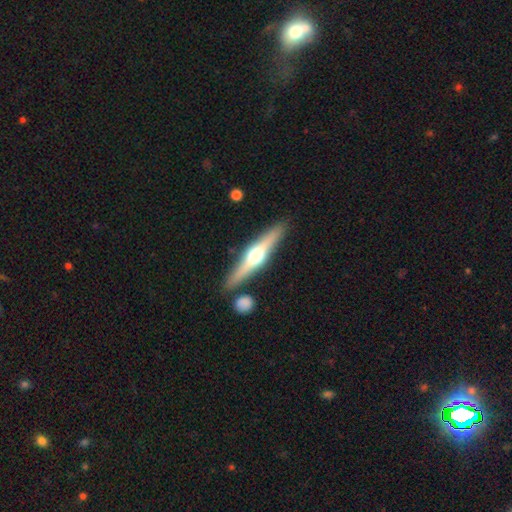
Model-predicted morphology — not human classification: Smooth or featured: featured or disk — 69% (smooth — 26%)
Edge-on disk: yes — 97% (no — 3%)
Edge-on bulge: rounded — 95% (boxy — 3%)
Merging: none — 86% (minor disturbance — 8%)